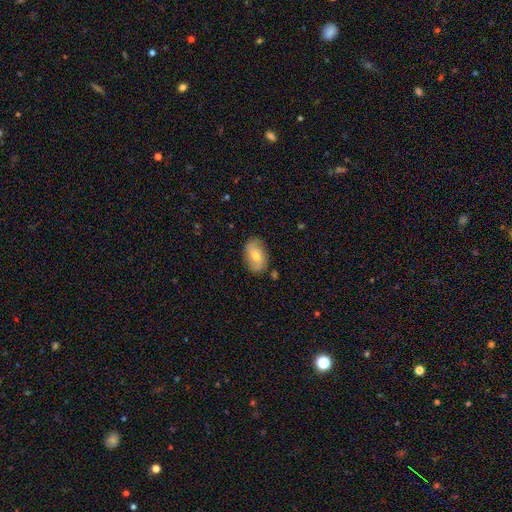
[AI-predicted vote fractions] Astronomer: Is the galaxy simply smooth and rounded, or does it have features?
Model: smooth — 49% (runner-up: featured or disk, 43%).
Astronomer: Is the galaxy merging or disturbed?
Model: none — 79%.